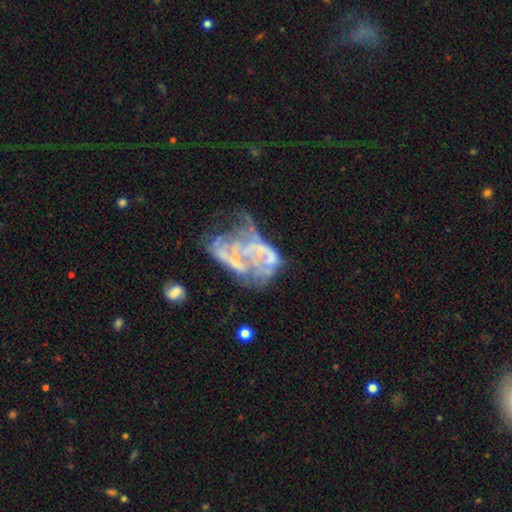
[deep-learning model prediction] Smooth or featured: featured or disk — 70% (star or artifact — 16%)
Edge-on disk: no — 97% (yes — 3%)
Bar: no — 86% (weak — 10%)
Spiral arms: no — 78% (yes — 22%)
Bulge size: none — 71% (small — 16%)
Merging: major disturbance — 40% (none — 23%)